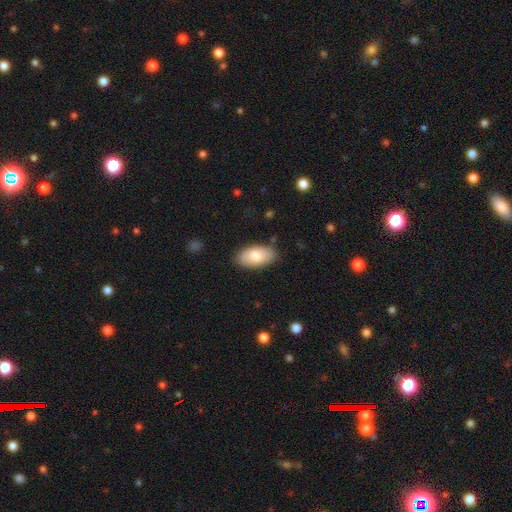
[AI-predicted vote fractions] Overall: smooth (80%). How rounded: in between (94%). Merging: none (84%).